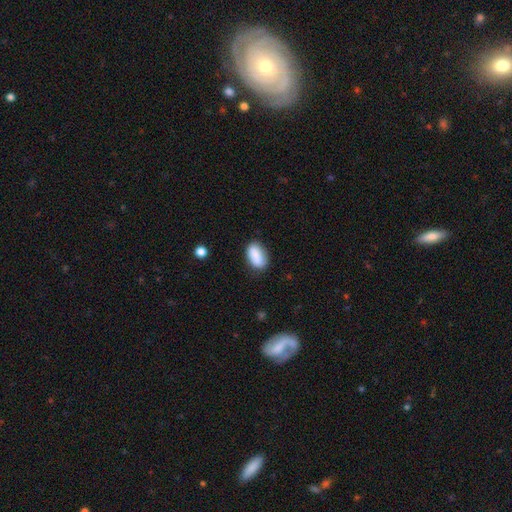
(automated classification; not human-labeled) A smooth galaxy with no disk features (88%) that is in between round and cigar-shaped (92%). Merging: none (77%).